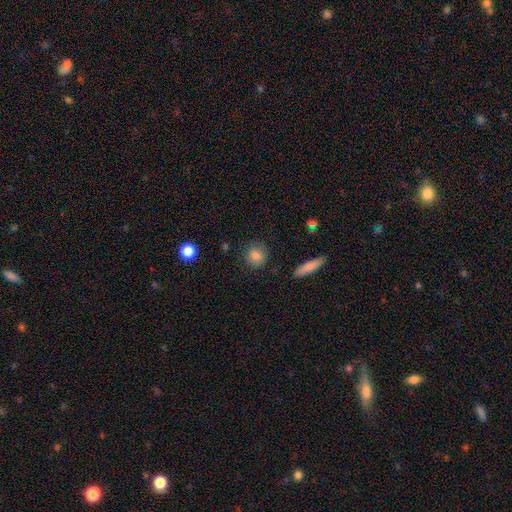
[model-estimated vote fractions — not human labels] Overall: smooth (83%). How rounded: round (87%). Merging: none (86%).